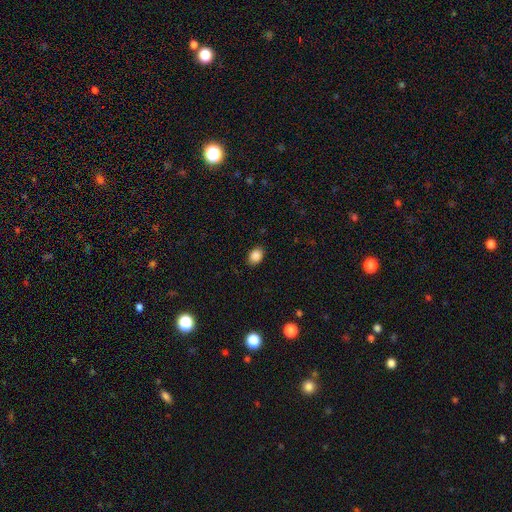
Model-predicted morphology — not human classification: Q: Smooth or featured?
A: smooth (87%); runner-up: star or artifact (9%)
Q: How rounded?
A: in between (73%); runner-up: round (26%)
Q: Merging?
A: none (87%); runner-up: minor disturbance (10%)